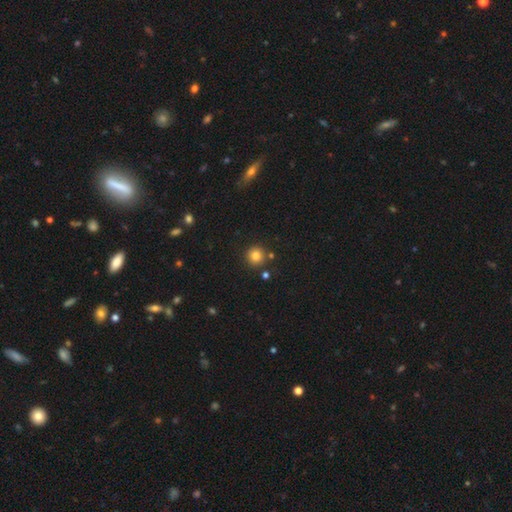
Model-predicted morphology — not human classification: Q: Smooth or featured?
A: smooth (81%); runner-up: star or artifact (13%)
Q: How rounded?
A: round (94%); runner-up: in between (5%)
Q: Merging?
A: none (85%); runner-up: minor disturbance (7%)